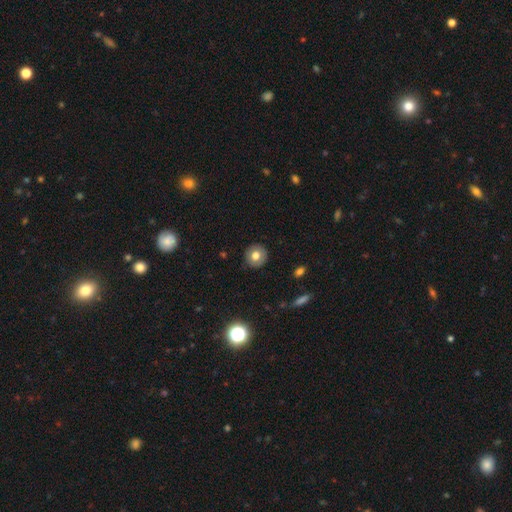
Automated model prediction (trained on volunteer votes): smooth_or_featured: smooth (p=0.75) [alt: featured or disk p=0.15]
how_rounded: round (p=0.93) [alt: in between p=0.06]
merging: none (p=0.91) [alt: minor disturbance p=0.06]